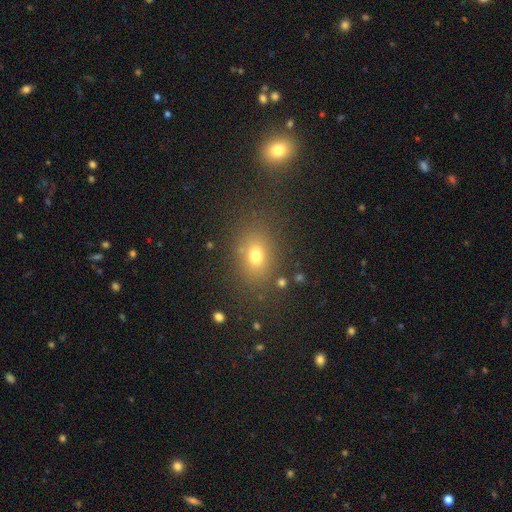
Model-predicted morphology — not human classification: The model was most divided on "how rounded": in between: 66%, round: 32%, cigar-shaped: 2%. More confident: merging — none (78%); smooth or featured — smooth (71%).